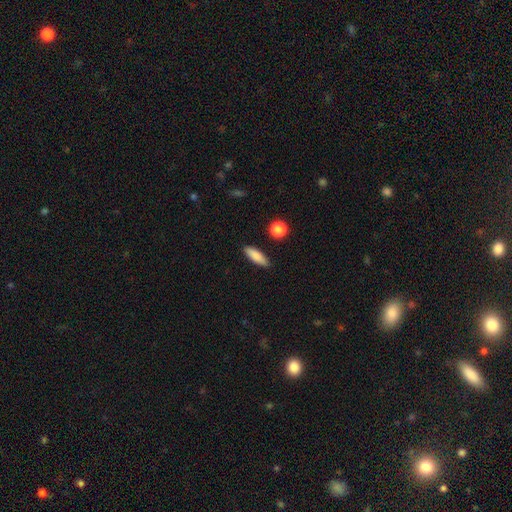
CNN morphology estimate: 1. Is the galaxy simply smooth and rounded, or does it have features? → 84% smooth, 10% featured or disk, 7% star or artifact.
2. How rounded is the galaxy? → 50% cigar-shaped, 48% in between, 3% round.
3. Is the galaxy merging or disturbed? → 87% none, 9% minor disturbance, 2% major disturbance, 2% merger.